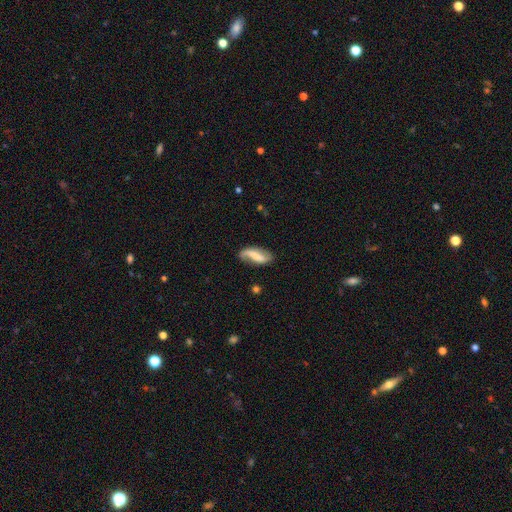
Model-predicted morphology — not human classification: A featured or disk galaxy (61%) with a strong bar (46%), spiral arms (88%) and no central bulge (42%).

Vote fractions:
- Smooth or featured? featured or disk: 61% / smooth: 32% / star or artifact: 7%
- Edge-on disk? no: 92% / yes: 8%
- Bar? strong: 46% / weak: 32% / no: 22%
- Spiral arms? yes: 88% / no: 12%
- Bulge size? none: 42% / small: 25% / moderate: 20% / large: 10% / dominant: 3%
- Merging? none: 65% / minor disturbance: 23% / major disturbance: 9% / merger: 3%